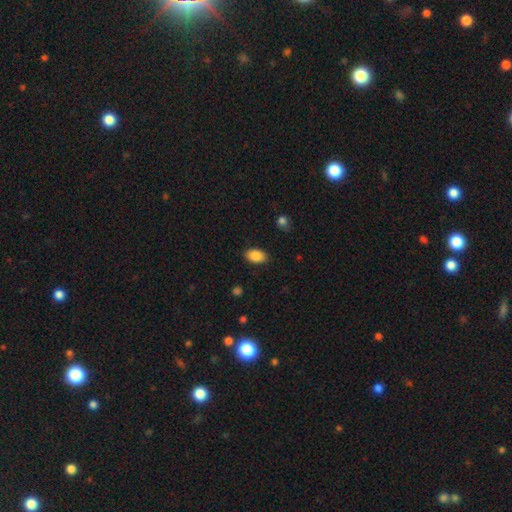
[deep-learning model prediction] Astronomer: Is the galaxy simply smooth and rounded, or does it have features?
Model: smooth — 89%.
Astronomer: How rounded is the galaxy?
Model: in between — 91%.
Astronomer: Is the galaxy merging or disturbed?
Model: none — 87%.